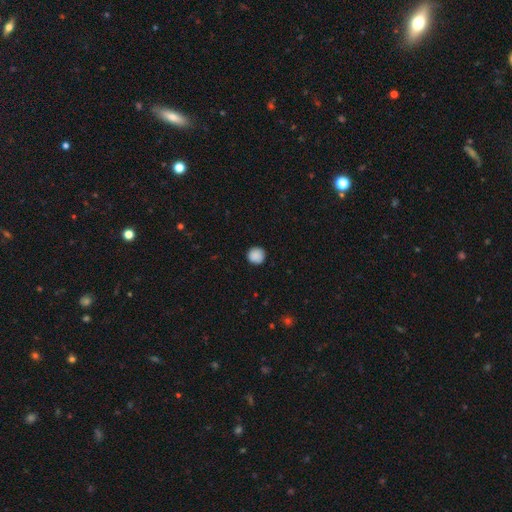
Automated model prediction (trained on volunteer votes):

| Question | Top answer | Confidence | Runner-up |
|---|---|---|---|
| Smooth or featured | smooth | 89% | star or artifact (8%) |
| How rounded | round | 95% | in between (4%) |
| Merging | none | 91% | minor disturbance (6%) |